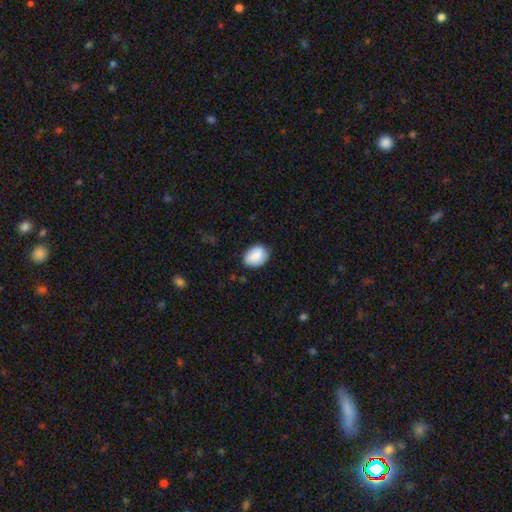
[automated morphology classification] This appears to be a smooth galaxy with no disk features (85%) that is in between round and cigar-shaped (72%). Merging: none (78%).